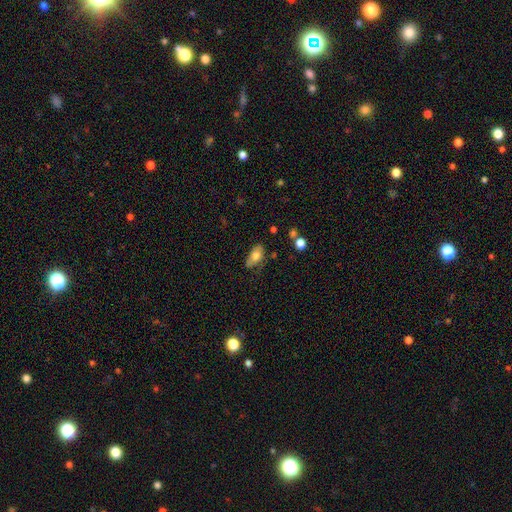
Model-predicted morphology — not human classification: smooth-or-featured: smooth: 70% | featured or disk: 22% | star or artifact: 8%
  how-rounded: in between: 88% | cigar-shaped: 6% | round: 5%
  merging: none: 62% | minor disturbance: 28% | major disturbance: 7% | merger: 3%